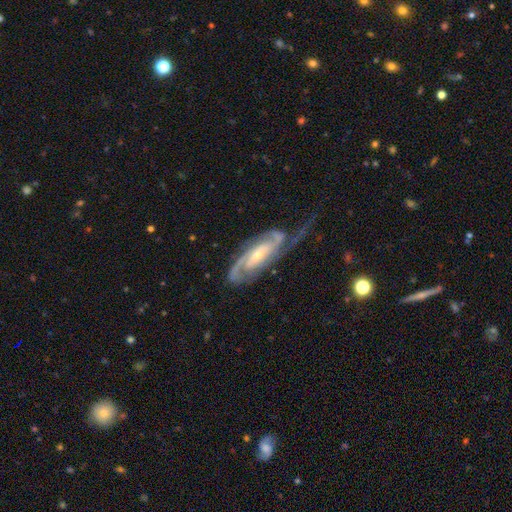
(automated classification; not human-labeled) Q: Smooth or featured?
A: featured or disk (87%); runner-up: smooth (7%)
Q: Edge-on disk?
A: no (89%); runner-up: yes (11%)
Q: Bar?
A: no (46%); runner-up: weak (34%)
Q: Spiral arms?
A: yes (97%); runner-up: no (3%)
Q: Spiral winding?
A: tight (50%); runner-up: medium (38%)
Q: Spiral arm count?
A: 2 (65%); runner-up: can't tell (14%)
Q: Bulge size?
A: small (59%); runner-up: moderate (36%)
Q: Merging?
A: none (59%); runner-up: minor disturbance (23%)